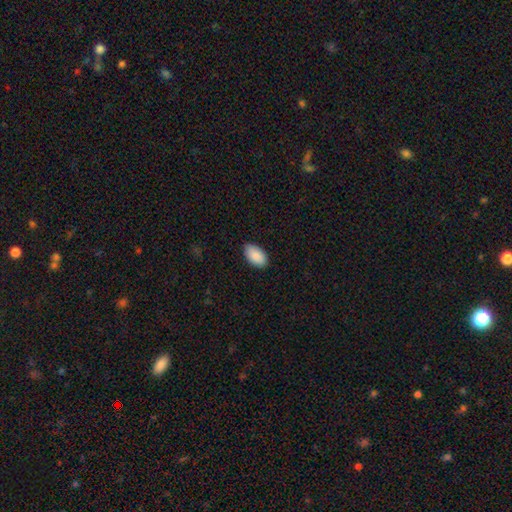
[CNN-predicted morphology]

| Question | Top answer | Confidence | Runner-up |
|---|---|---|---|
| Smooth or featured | smooth | 90% | star or artifact (6%) |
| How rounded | in between | 95% | round (4%) |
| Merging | none | 84% | minor disturbance (13%) |